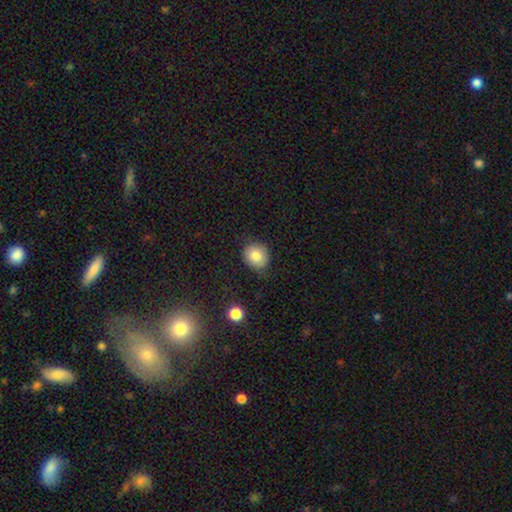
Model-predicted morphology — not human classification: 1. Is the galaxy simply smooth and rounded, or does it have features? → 80% smooth, 10% featured or disk, 10% star or artifact.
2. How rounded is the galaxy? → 76% round, 23% in between, 1% cigar-shaped.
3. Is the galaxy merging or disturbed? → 78% none, 17% minor disturbance, 4% major disturbance, 2% merger.